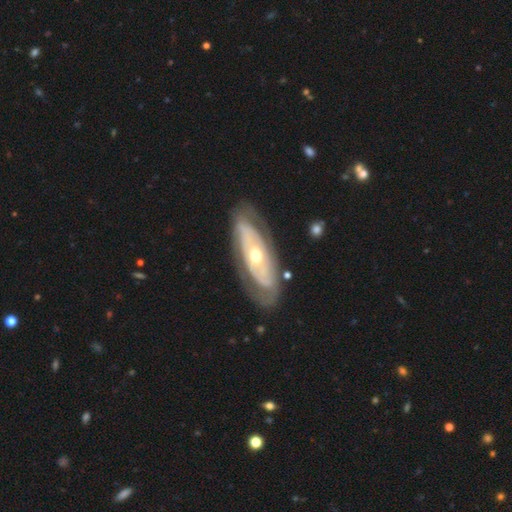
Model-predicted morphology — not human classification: This is likely a featured or disk galaxy (78%). It is clearly not viewed edge-on (86%). Bar: likely no (77%). Spiral arm pattern: likely yes (63%). Central bulge: likely moderate (64%). Merging: likely none (79%).